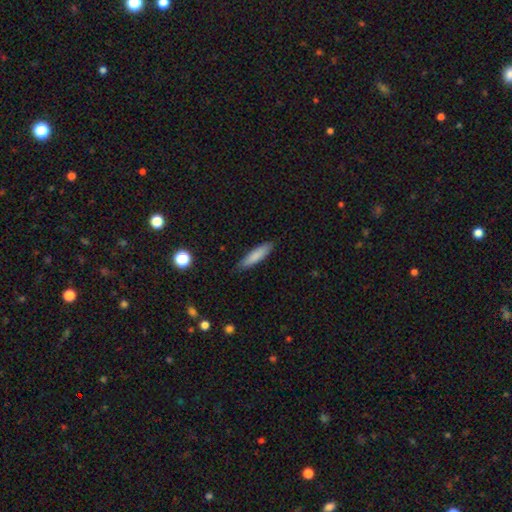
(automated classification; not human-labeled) This appears to be a smooth galaxy with no disk features (83%) that is cigar-shaped (75%). Merging: none (84%).